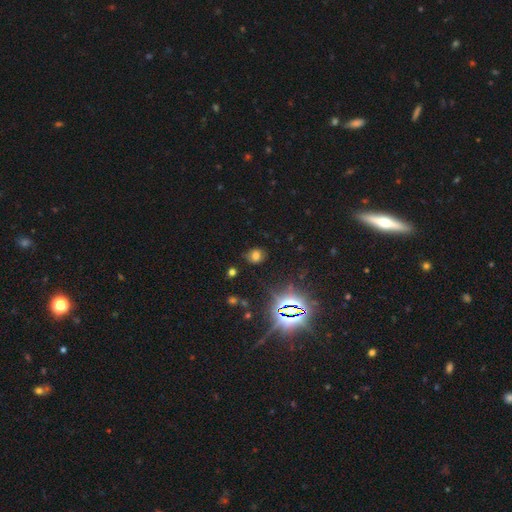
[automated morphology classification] smooth_or_featured: smooth (p=0.59) [alt: star or artifact p=0.30]
how_rounded: round (p=0.62) [alt: in between p=0.37]
merging: none (p=0.74) [alt: minor disturbance p=0.17]